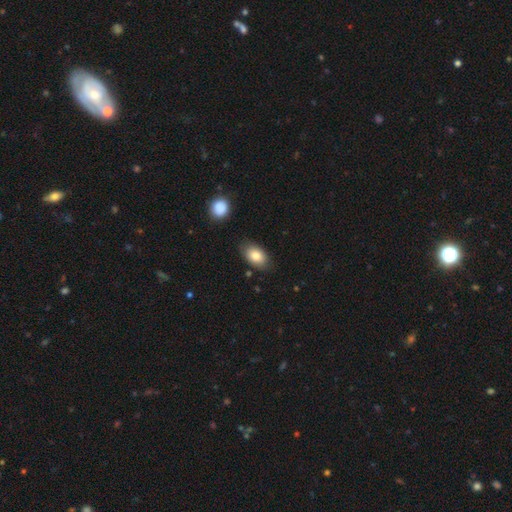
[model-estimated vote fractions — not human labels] Q: Smooth or featured?
A: smooth (81%); runner-up: featured or disk (11%)
Q: How rounded?
A: in between (88%); runner-up: round (10%)
Q: Merging?
A: none (81%); runner-up: minor disturbance (14%)